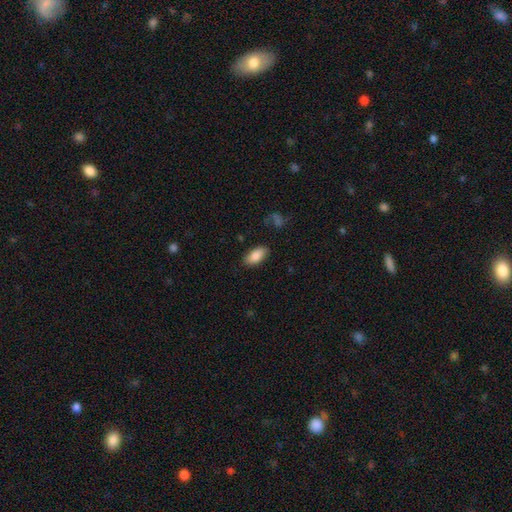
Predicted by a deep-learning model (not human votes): A smooth galaxy with no disk features (84%) that is in between round and cigar-shaped (91%). Merging: none (84%).